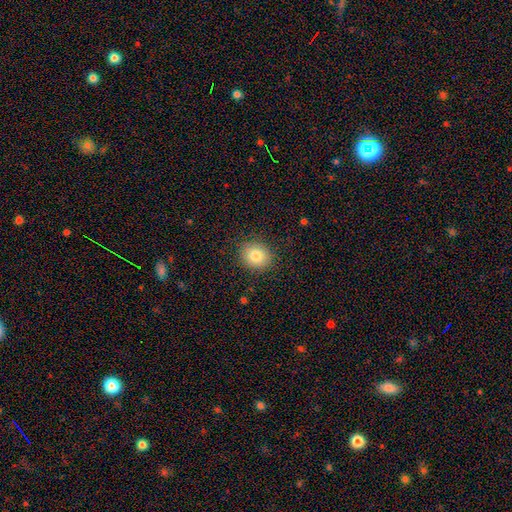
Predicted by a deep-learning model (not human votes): A smooth galaxy with no disk features (83%) that is round (68%).

Vote fractions:
- Smooth or featured? smooth: 83% / star or artifact: 9% / featured or disk: 8%
- How rounded? round: 68% / in between: 31% / cigar-shaped: 1%
- Merging? none: 87% / minor disturbance: 9% / major disturbance: 3% / merger: 1%